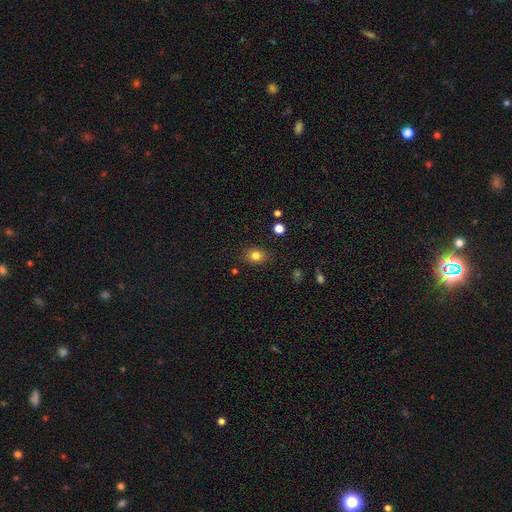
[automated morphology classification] Overall: smooth (81%). How rounded: round (50%; in between 49%). Merging: none (86%).